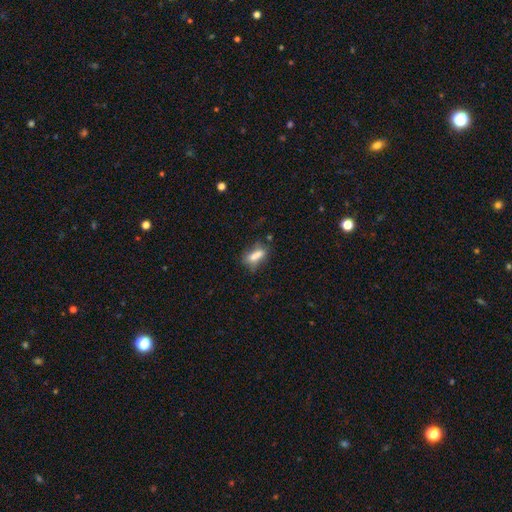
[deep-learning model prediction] Morphology: type=smooth (72%); roundness=in between (60%); merging=none (52%).